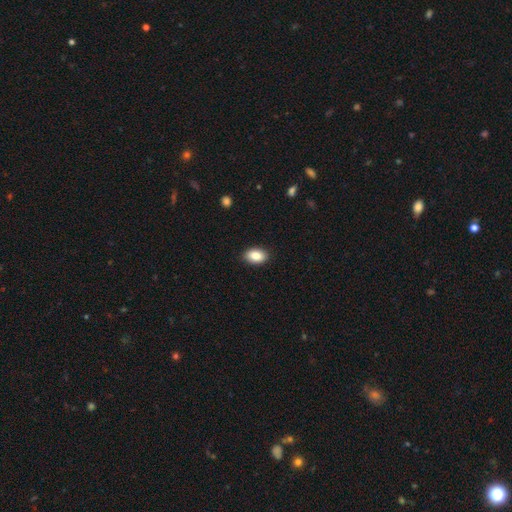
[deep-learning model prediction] A smooth galaxy with no disk features (87%) that is in between round and cigar-shaped (90%). Merging: none (89%).